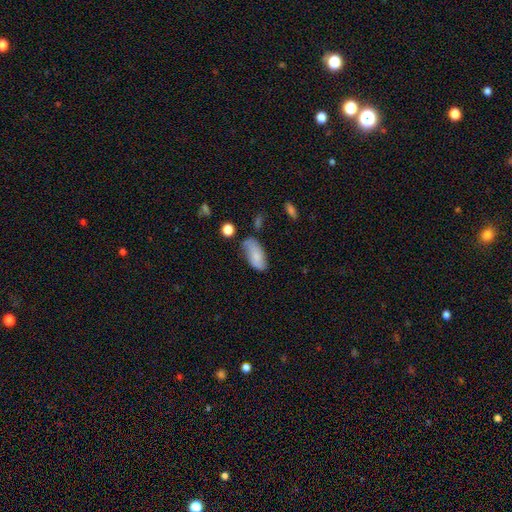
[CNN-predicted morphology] Q: Smooth or featured?
A: smooth (74%); runner-up: featured or disk (19%)
Q: How rounded?
A: in between (91%); runner-up: cigar-shaped (7%)
Q: Merging?
A: none (56%); runner-up: minor disturbance (30%)